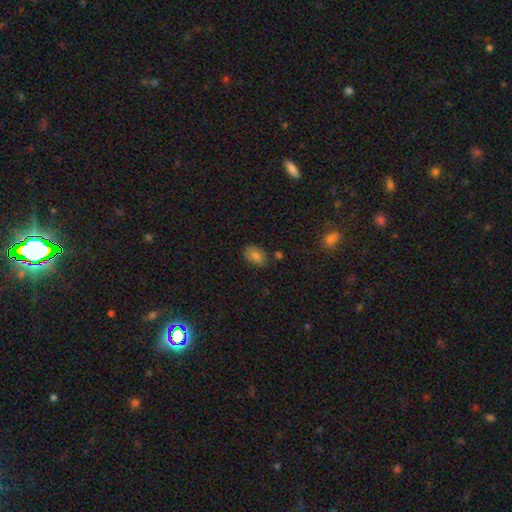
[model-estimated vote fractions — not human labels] This appears to be a smooth galaxy with no disk features (79%) that is in between round and cigar-shaped (80%). Merging: none (76%).